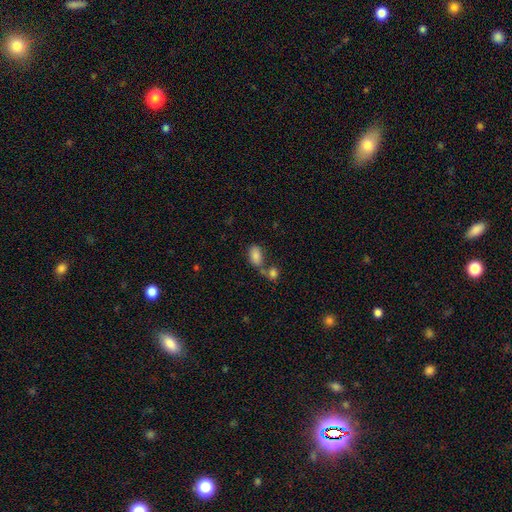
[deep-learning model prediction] This appears to be a smooth galaxy with no disk features (82%) that is in between round and cigar-shaped (91%). Merging: none (41%, tied with merger).